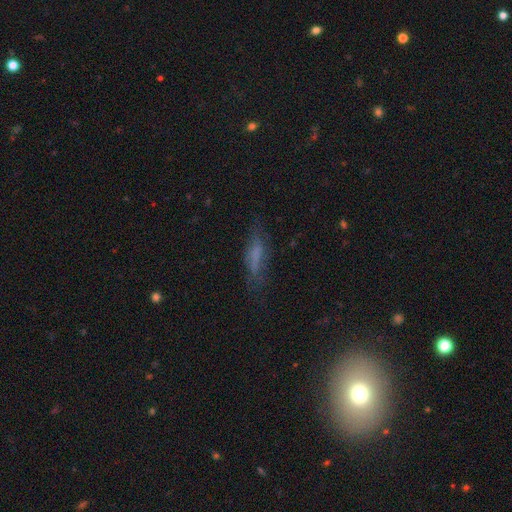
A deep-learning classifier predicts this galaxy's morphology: The model was most divided on "smooth or featured": smooth: 55%, featured or disk: 31%, star or artifact: 14%. More confident: how rounded — cigar-shaped (63%); merging — none (60%).